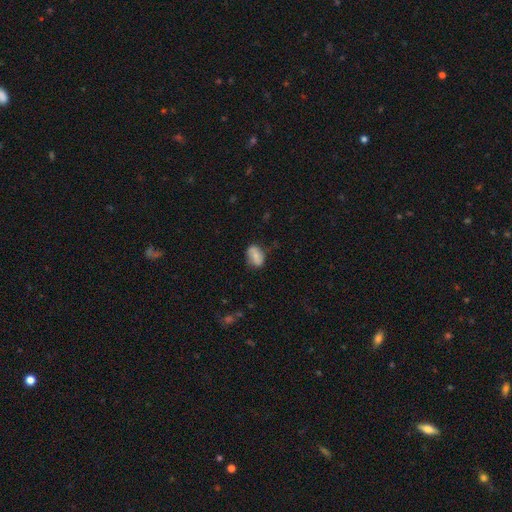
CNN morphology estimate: The model was most divided on "merging": none: 67%, minor disturbance: 25%, major disturbance: 6%, merger: 2%. More confident: how rounded — in between (86%); smooth or featured — smooth (70%).